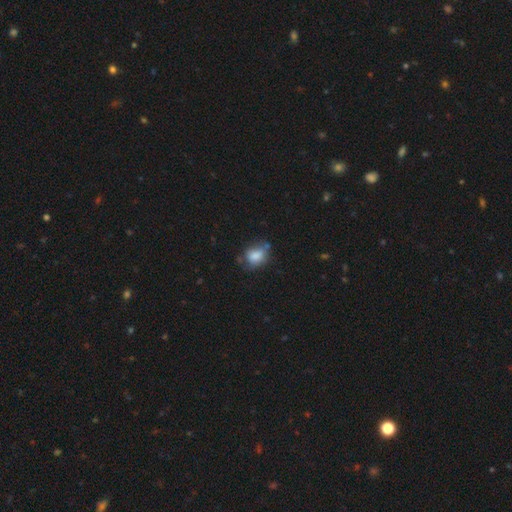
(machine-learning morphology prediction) Overall: smooth (79%). How rounded: in between (66%; round 33%). Merging: none (52%; minor disturbance 29%).